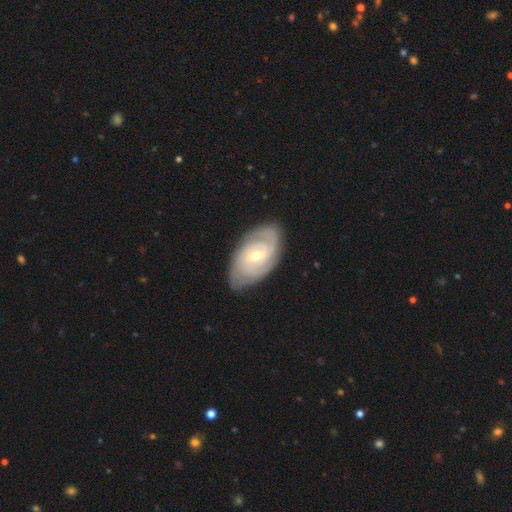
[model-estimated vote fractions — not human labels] Smooth or featured? Predicted: featured or disk (p=0.82). Edge-on disk? Predicted: no (p=0.95). Bar? Predicted: no (p=0.50). Spiral arms? Predicted: yes (p=0.94). Spiral winding? Predicted: tight (p=0.67). Spiral arm count? Predicted: 2 (p=0.38). Bulge size? Predicted: small (p=0.52). Merging? Predicted: none (p=0.79).